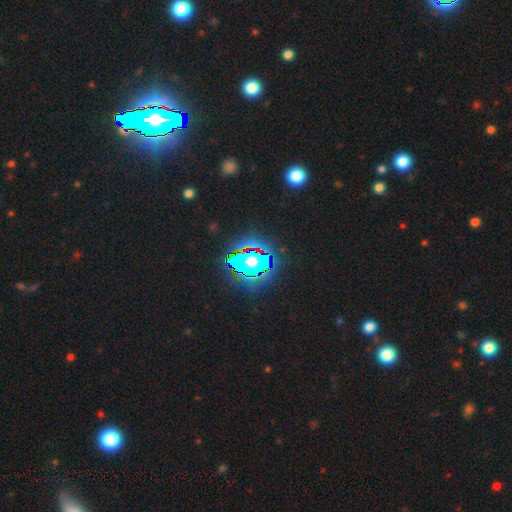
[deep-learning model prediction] smooth-or-featured: star or artifact: 72% | smooth: 15% | featured or disk: 13%